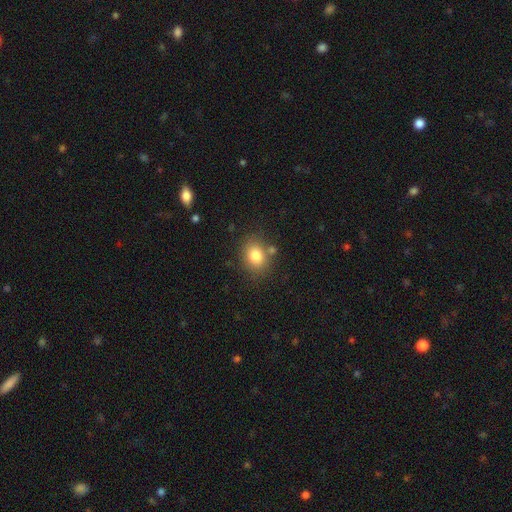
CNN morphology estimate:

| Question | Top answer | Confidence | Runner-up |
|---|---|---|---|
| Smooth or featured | smooth | 81% | star or artifact (11%) |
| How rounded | round | 52% | in between (47%) |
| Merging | none | 76% | minor disturbance (12%) |